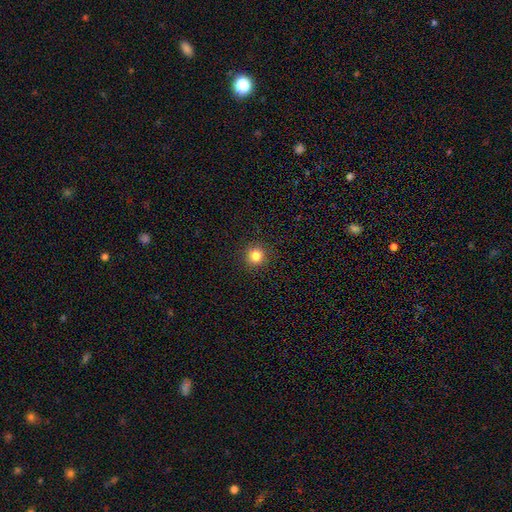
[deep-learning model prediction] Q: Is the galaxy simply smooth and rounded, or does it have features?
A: smooth — 83%.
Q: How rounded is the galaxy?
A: round — 95%.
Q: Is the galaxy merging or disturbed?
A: none — 92%.